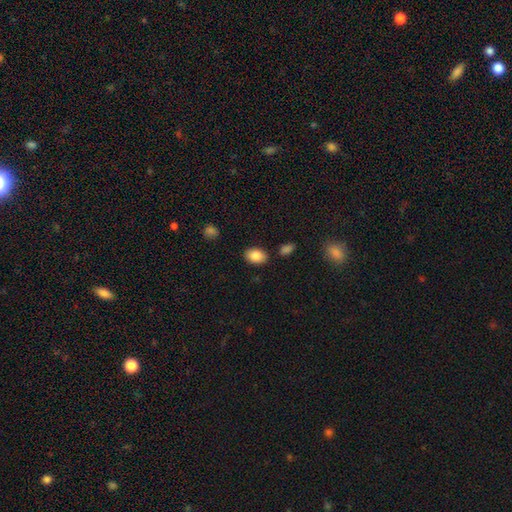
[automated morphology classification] Smooth or featured? Predicted: smooth (p=0.87). How rounded? Predicted: in between (p=0.84). Merging? Predicted: none (p=0.85).